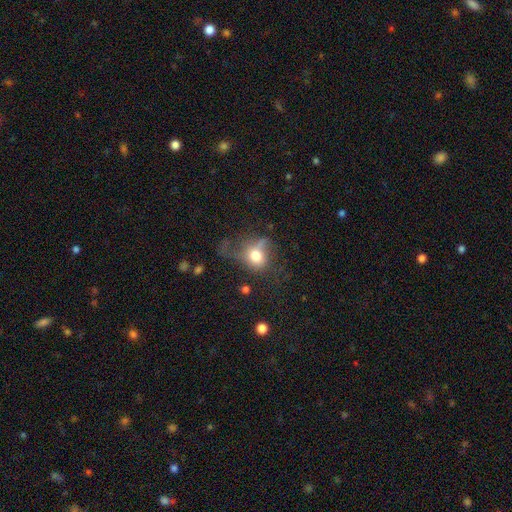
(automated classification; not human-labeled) Smooth or featured? smooth (65%)
How rounded? round (58%)
Merging? major disturbance (40%)